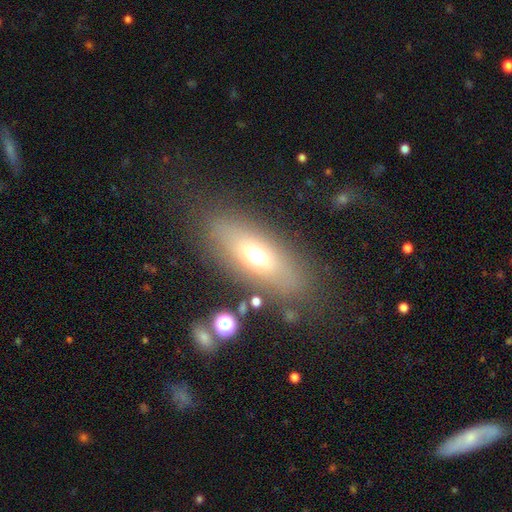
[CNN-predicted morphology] This appears to be a smooth galaxy with no disk features (60%) that is in between round and cigar-shaped (74%). Merging: none (78%).